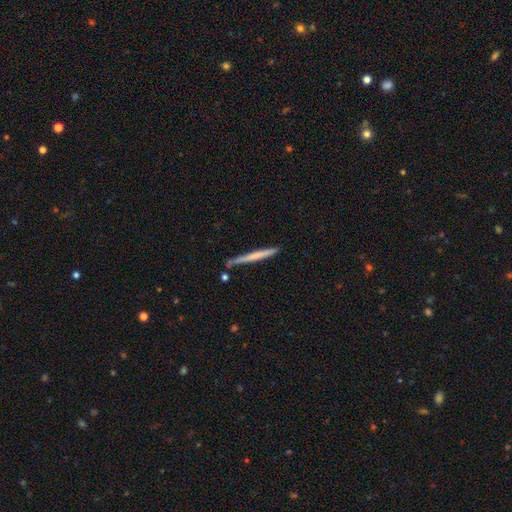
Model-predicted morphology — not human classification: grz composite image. It shows a smooth galaxy with no disk features (56%) that is cigar-shaped (97%). Merging: none (80%).